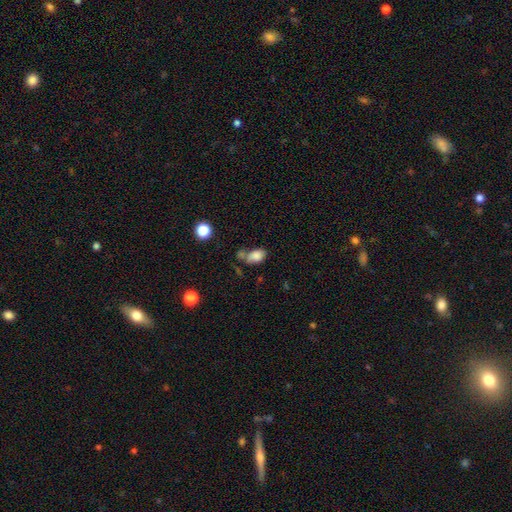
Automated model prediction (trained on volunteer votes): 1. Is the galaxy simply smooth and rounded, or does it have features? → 82% smooth, 10% star or artifact, 8% featured or disk.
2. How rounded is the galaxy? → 84% in between, 14% round, 2% cigar-shaped.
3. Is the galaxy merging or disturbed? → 38% none, 28% merger, 21% minor disturbance, 12% major disturbance.